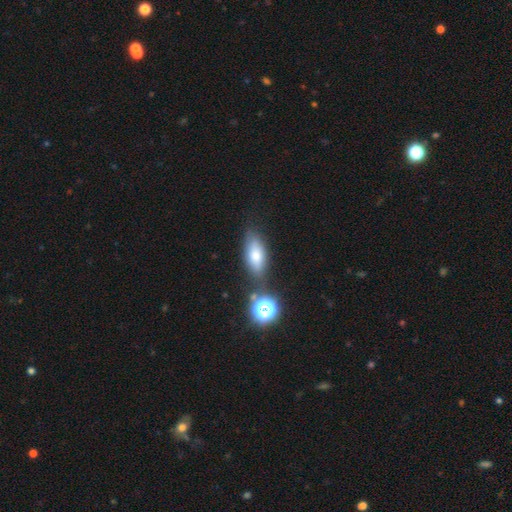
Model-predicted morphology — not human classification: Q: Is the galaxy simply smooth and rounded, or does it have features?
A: smooth — 70%.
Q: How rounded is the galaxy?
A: in between — 74%.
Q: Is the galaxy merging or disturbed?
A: none — 70%.